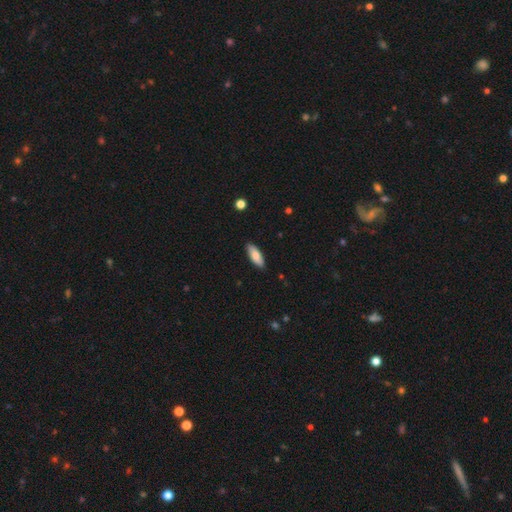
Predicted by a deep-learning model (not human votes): Q: Smooth or featured?
A: smooth (81%); runner-up: featured or disk (13%)
Q: How rounded?
A: in between (74%); runner-up: cigar-shaped (24%)
Q: Merging?
A: none (88%); runner-up: minor disturbance (9%)